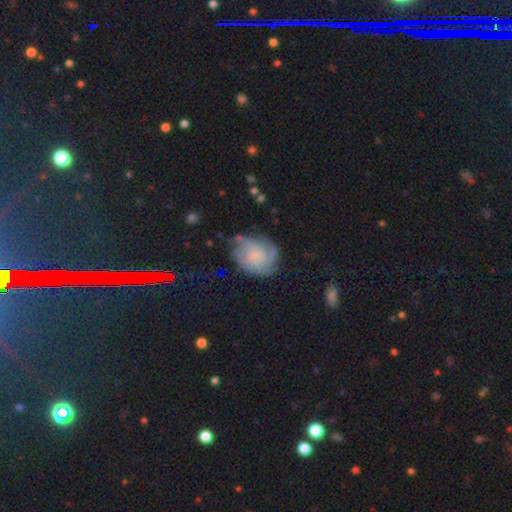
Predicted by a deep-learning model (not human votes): Smooth or featured? Predicted: featured or disk (p=0.62). Edge-on disk? Predicted: no (p=0.97). Bar? Predicted: no (p=0.78). Spiral arms? Predicted: yes (p=0.88). Spiral winding? Predicted: tight (p=0.48). Spiral arm count? Predicted: can't tell (p=0.38). Bulge size? Predicted: none (p=0.43). Merging? Predicted: none (p=0.58).